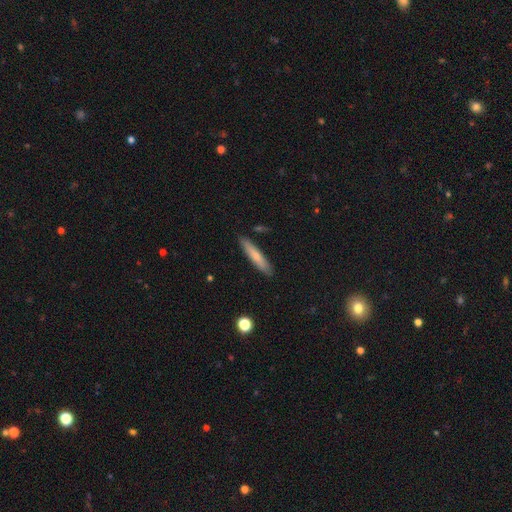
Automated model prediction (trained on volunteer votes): A smooth galaxy with no disk features (71%) that is cigar-shaped (89%).

Vote fractions:
- Smooth or featured? smooth: 71% / featured or disk: 23% / star or artifact: 6%
- How rounded? cigar-shaped: 89% / in between: 10% / round: 1%
- Merging? none: 87% / minor disturbance: 10% / merger: 2% / major disturbance: 2%